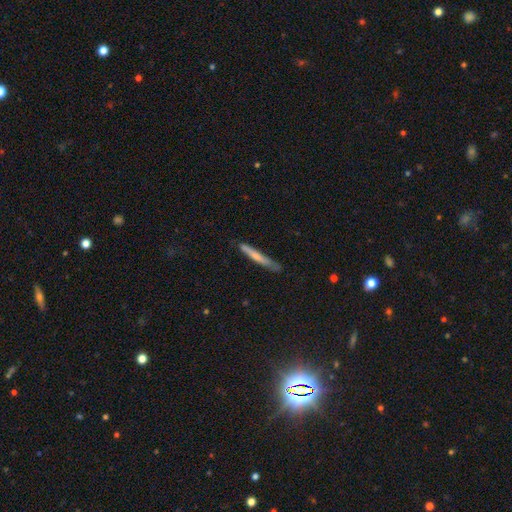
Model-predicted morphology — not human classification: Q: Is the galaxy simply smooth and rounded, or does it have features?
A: smooth — 62%.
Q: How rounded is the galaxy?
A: cigar-shaped — 95%.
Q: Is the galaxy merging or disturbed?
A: none — 71%.